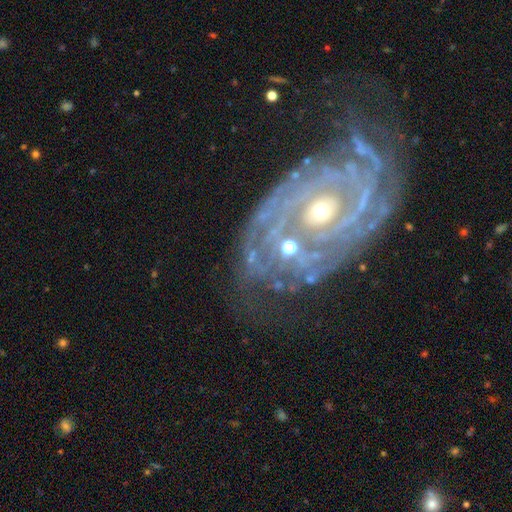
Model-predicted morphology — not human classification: featured or disk 87%, star or artifact 8%, smooth 5%. Down the decision tree: edge-on disk — no (96%); bar — no (74%); spiral arms — yes (95%); spiral arm count — can't tell (29%); spiral winding — tight (77%); bulge size — small (58%); merging — none (62%).